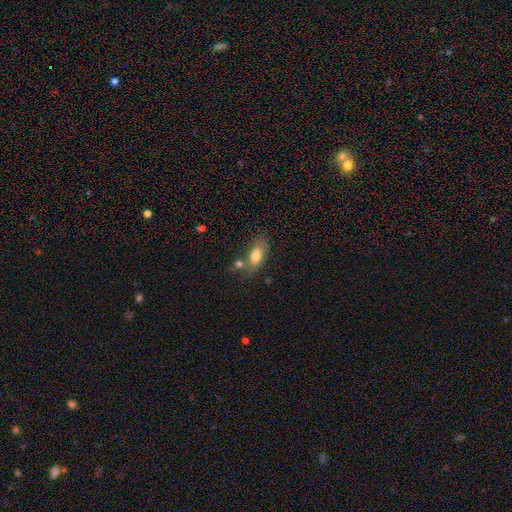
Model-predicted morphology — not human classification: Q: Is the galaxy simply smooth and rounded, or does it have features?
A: smooth — 70%.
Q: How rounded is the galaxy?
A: in between — 82%.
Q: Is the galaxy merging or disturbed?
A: none — 55%.